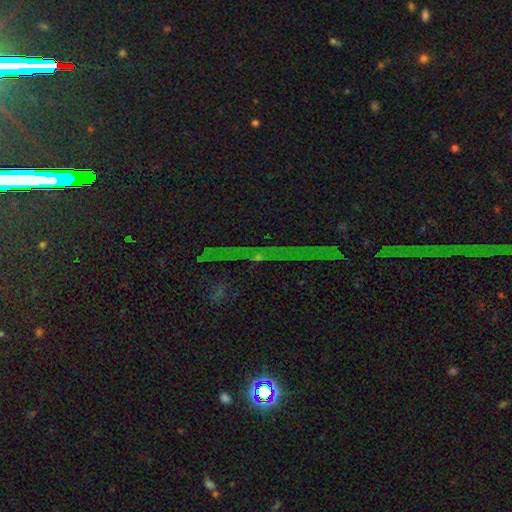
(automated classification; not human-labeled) Smooth or featured? star or artifact (78%)